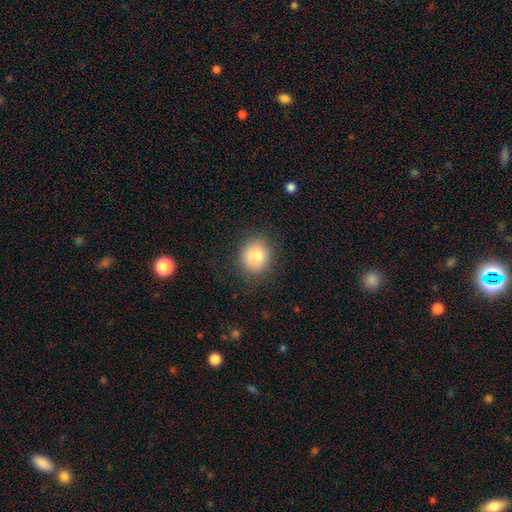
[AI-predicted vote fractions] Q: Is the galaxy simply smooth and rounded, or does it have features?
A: smooth — 82%.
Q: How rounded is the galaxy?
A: round — 78%.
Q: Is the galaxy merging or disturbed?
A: none — 81%.